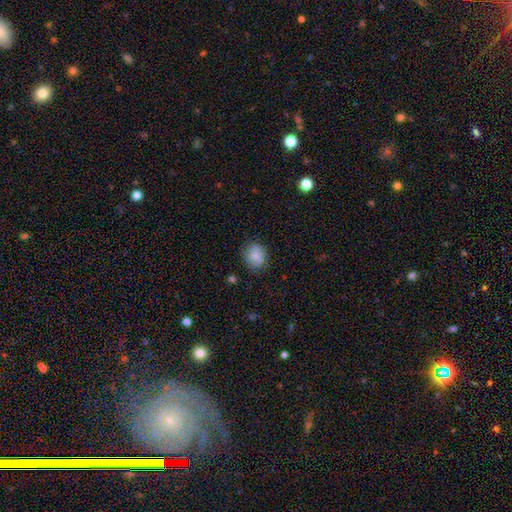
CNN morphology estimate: type=smooth (81%); roundness=round (54%); merging=none (74%).